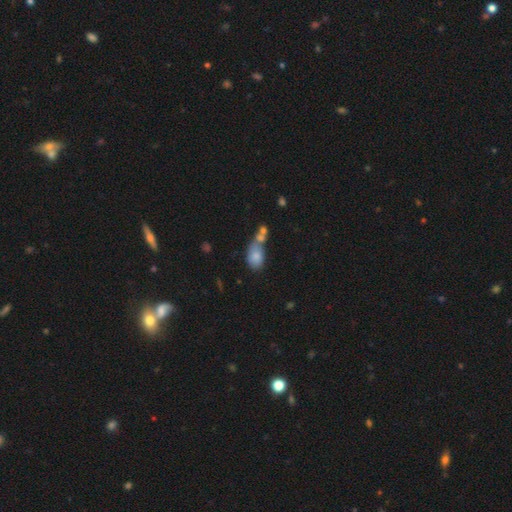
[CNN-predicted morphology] This appears to be a smooth galaxy with no disk features (75%) that is in between round and cigar-shaped (82%). Merging: merger (48%).